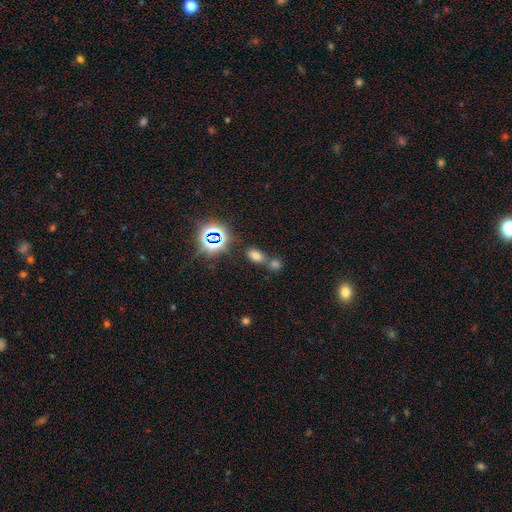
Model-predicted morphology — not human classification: Smooth or featured: smooth — 64% (star or artifact — 28%)
How rounded: in between — 84% (round — 12%)
Merging: none — 52% (merger — 35%)